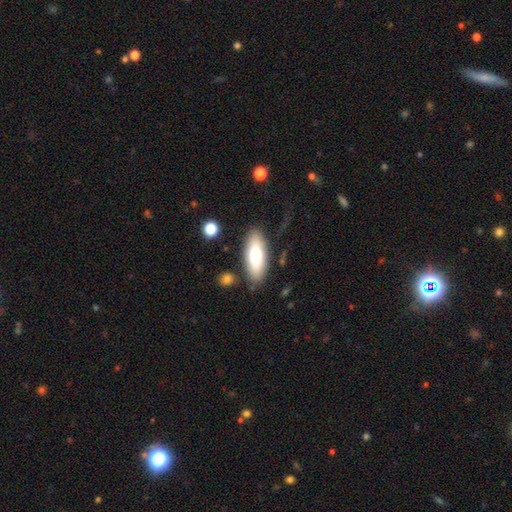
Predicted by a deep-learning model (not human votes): Smooth or featured: smooth — 71% (featured or disk — 23%)
How rounded: in between — 77% (cigar-shaped — 21%)
Merging: none — 82% (minor disturbance — 11%)